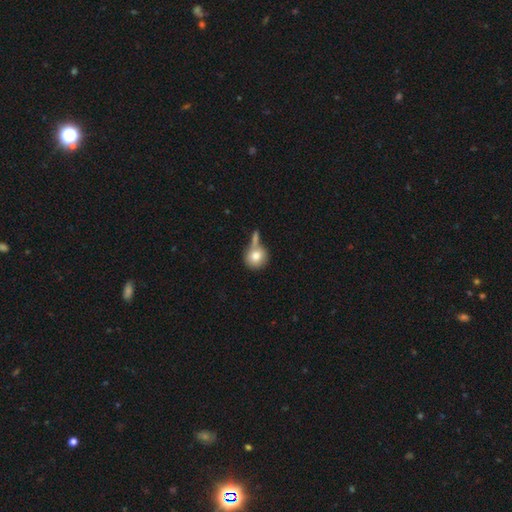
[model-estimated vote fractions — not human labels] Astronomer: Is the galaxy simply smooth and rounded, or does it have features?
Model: smooth — 79%.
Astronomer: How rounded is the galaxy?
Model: round — 87%.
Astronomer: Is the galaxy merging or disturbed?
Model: none — 43% (runner-up: merger, 32%).